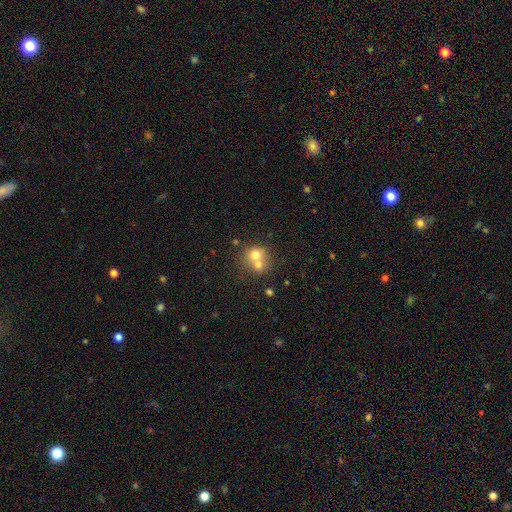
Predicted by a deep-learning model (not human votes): The model was most divided on "merging": merger: 57%, none: 34%, minor disturbance: 6%, major disturbance: 3%. More confident: how rounded — round (81%); smooth or featured — smooth (67%).